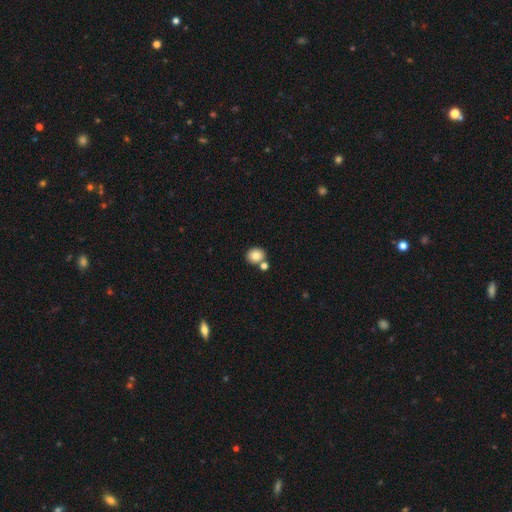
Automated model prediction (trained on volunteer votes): The model was most divided on "merging": none: 68%, merger: 21%, minor disturbance: 9%, major disturbance: 2%. More confident: smooth or featured — smooth (81%); how rounded — round (73%).